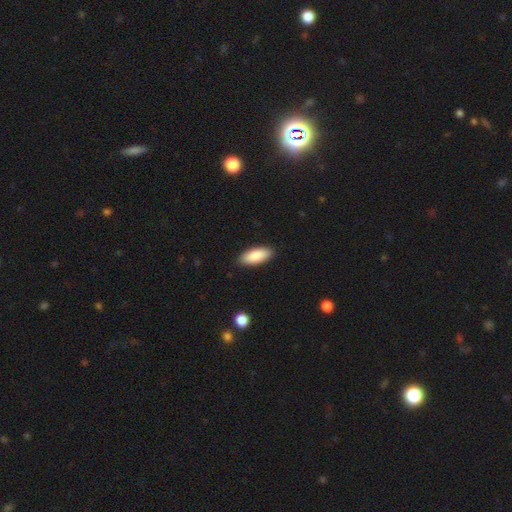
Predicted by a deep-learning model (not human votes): A smooth galaxy with no disk features (87%) that is in between round and cigar-shaped (84%). Merging: none (89%).